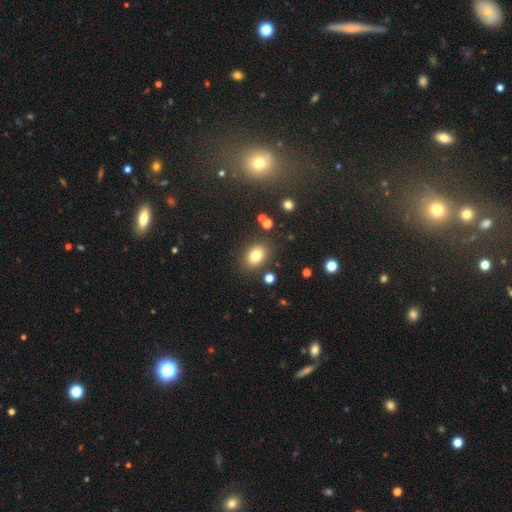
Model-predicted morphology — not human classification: Smooth or featured? smooth (79%)
How rounded? in between (64%)
Merging? none (83%)